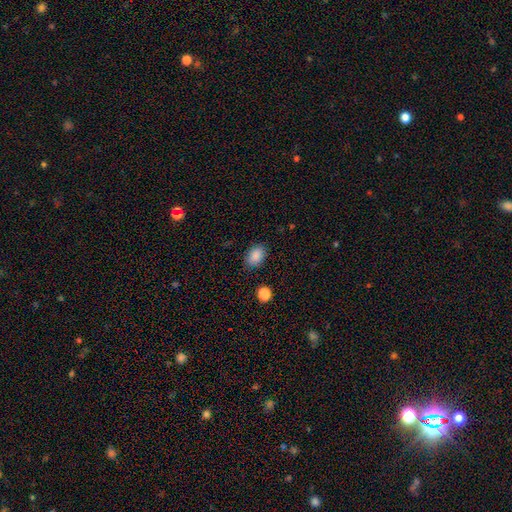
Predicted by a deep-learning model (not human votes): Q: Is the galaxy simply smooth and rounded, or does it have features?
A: smooth — 87%.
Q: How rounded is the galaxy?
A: in between — 82%.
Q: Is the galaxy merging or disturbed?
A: none — 84%.